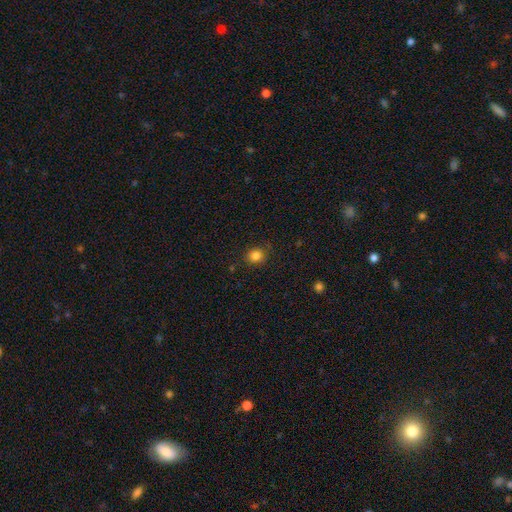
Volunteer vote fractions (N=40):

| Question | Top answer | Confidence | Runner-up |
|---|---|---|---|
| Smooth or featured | smooth | 80% | star or artifact (12%) |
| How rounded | round | 75% | in between (25%) |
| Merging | none | 80% | minor disturbance (11%) |